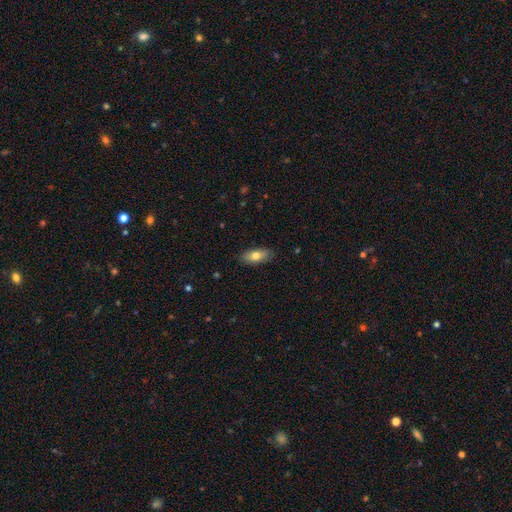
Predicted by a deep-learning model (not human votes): smooth_or_featured: smooth (p=0.74) [alt: featured or disk p=0.20]
how_rounded: in between (p=0.81) [alt: cigar-shaped p=0.16]
merging: none (p=0.87) [alt: minor disturbance p=0.10]